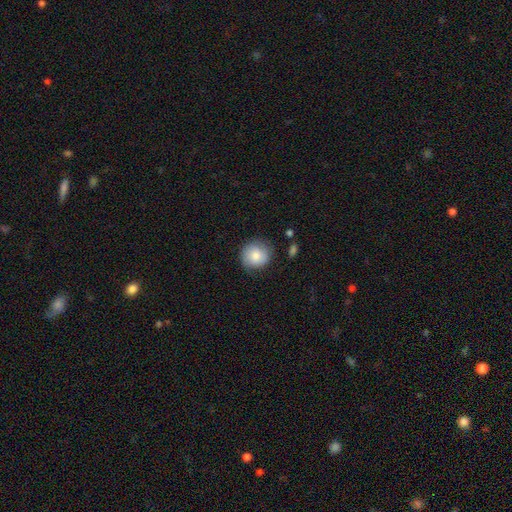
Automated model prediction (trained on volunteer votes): smooth_or_featured: smooth (p=0.80) [alt: featured or disk p=0.13]
how_rounded: round (p=0.88) [alt: in between p=0.11]
merging: none (p=0.78) [alt: minor disturbance p=0.16]